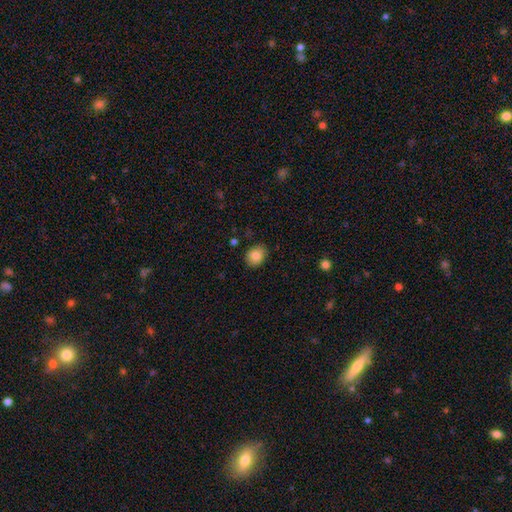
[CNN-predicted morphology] smooth-or-featured: smooth: 85% | star or artifact: 9% | featured or disk: 6%
  how-rounded: round: 53% | in between: 46% | cigar-shaped: 1%
  merging: none: 84% | minor disturbance: 12% | major disturbance: 2% | merger: 1%